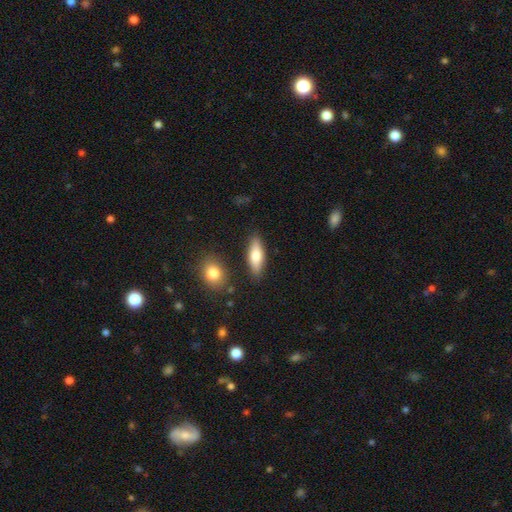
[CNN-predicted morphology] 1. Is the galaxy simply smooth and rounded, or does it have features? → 70% smooth, 24% featured or disk, 6% star or artifact.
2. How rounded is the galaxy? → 62% in between, 36% cigar-shaped, 3% round.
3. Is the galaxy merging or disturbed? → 84% none, 10% minor disturbance, 3% merger, 2% major disturbance.